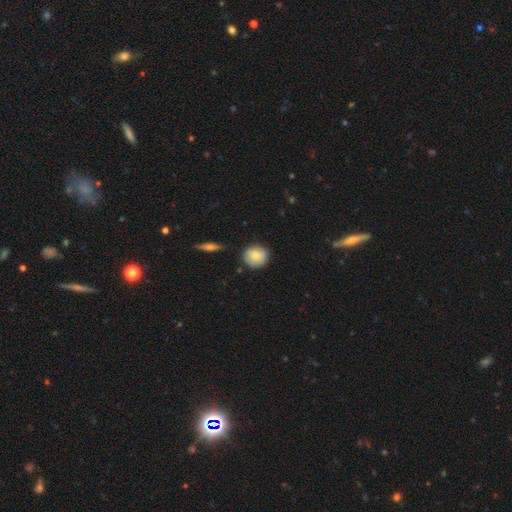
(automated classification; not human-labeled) Smooth or featured? smooth (81%)
How rounded? round (87%)
Merging? none (84%)